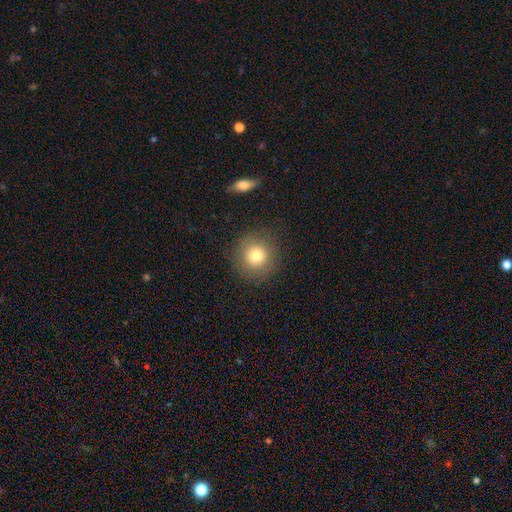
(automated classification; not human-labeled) This is likely a smooth galaxy (78%). How rounded: clearly round (93%). Merging: clearly none (88%).